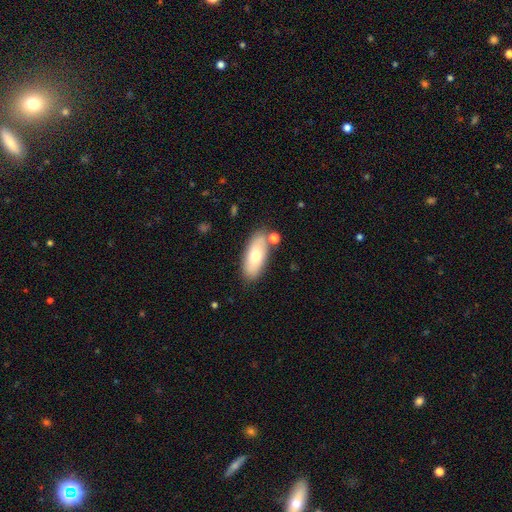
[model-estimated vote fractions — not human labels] Overall: smooth (67%). How rounded: in between (83%). Merging: none (77%).